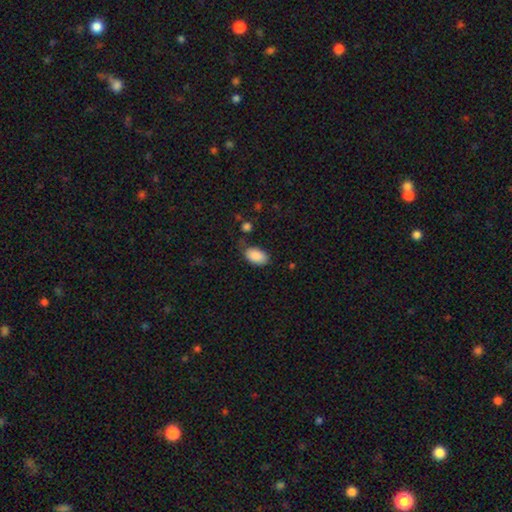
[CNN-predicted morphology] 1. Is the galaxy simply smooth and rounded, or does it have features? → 89% smooth, 7% star or artifact, 4% featured or disk.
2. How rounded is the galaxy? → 94% in between, 5% round, 2% cigar-shaped.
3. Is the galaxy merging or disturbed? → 72% none, 20% minor disturbance, 5% major disturbance, 3% merger.